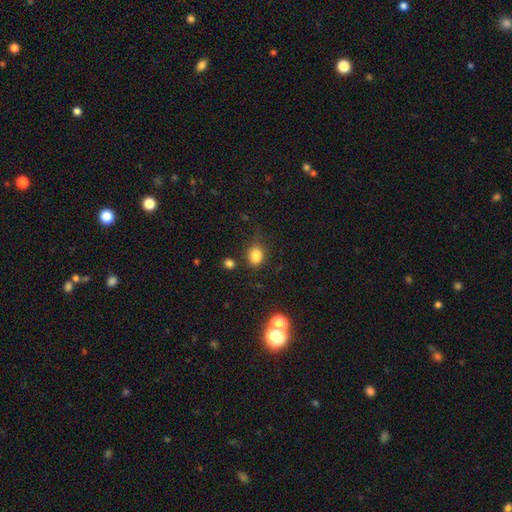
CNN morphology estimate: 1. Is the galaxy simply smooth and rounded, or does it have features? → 83% smooth, 12% star or artifact, 5% featured or disk.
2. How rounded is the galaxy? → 57% in between, 42% round, 1% cigar-shaped.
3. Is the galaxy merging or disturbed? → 71% none, 18% minor disturbance, 6% major disturbance, 5% merger.